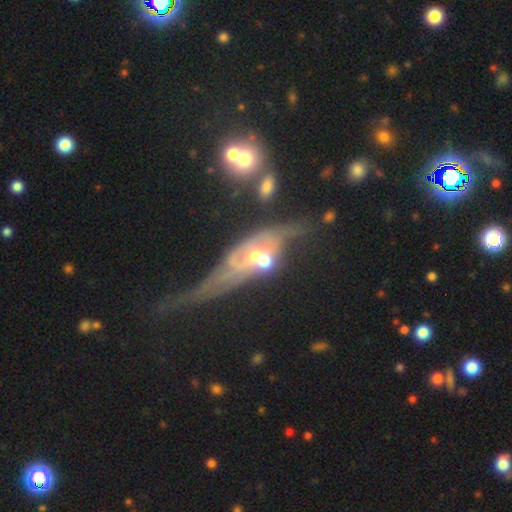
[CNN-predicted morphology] Smooth or featured: featured or disk — 76% (smooth — 14%)
Edge-on disk: no — 67% (yes — 33%)
Bar: no — 62% (weak — 27%)
Spiral arms: yes — 65% (no — 35%)
Bulge size: moderate — 48% (small — 40%)
Merging: major disturbance — 30% (none — 27%)